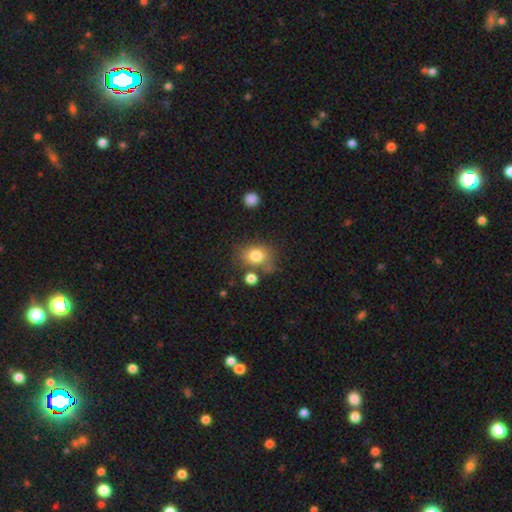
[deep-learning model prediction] Smooth or featured? Predicted: smooth (p=0.79). How rounded? Predicted: round (p=0.51). Merging? Predicted: none (p=0.60).